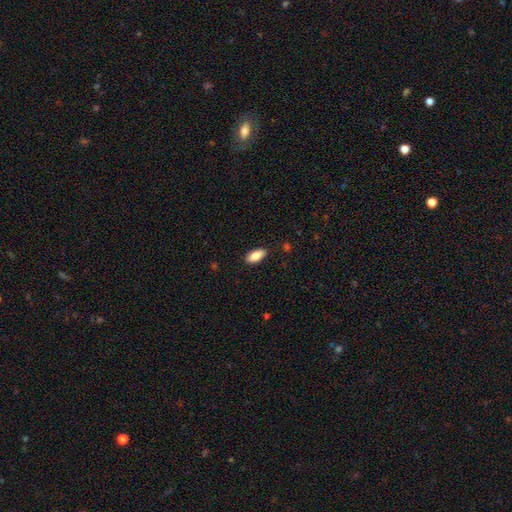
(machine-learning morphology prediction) A smooth galaxy with no disk features (85%) that is in between round and cigar-shaped (87%).

Vote fractions:
- Smooth or featured? smooth: 85% / featured or disk: 9% / star or artifact: 6%
- How rounded? in between: 87% / cigar-shaped: 11% / round: 2%
- Merging? none: 88% / minor disturbance: 9% / major disturbance: 2% / merger: 1%